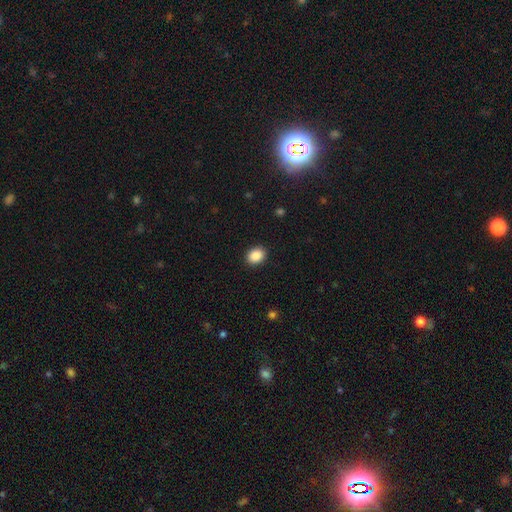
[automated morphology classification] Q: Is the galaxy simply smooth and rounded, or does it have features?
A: smooth — 88%.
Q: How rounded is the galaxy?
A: in between — 50%.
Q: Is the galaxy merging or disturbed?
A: none — 91%.